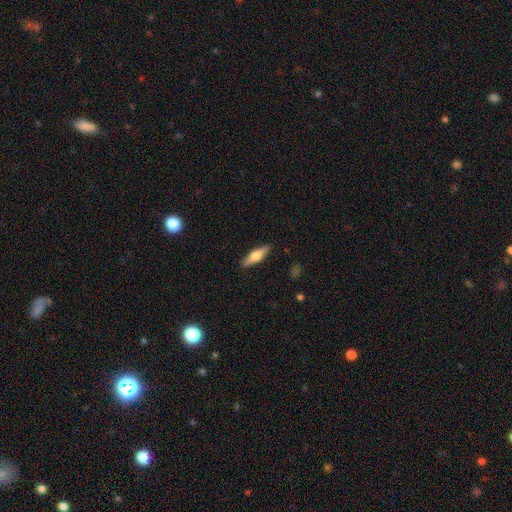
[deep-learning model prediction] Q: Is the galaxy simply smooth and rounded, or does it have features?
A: smooth — 47%, tied with featured or disk.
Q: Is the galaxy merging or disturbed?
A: none — 89%.